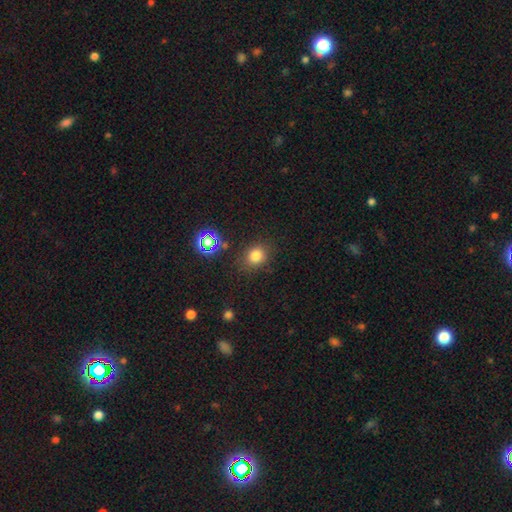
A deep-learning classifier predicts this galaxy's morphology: This is likely a smooth galaxy (76%). How rounded: likely round (64%). Merging: clearly none (80%).